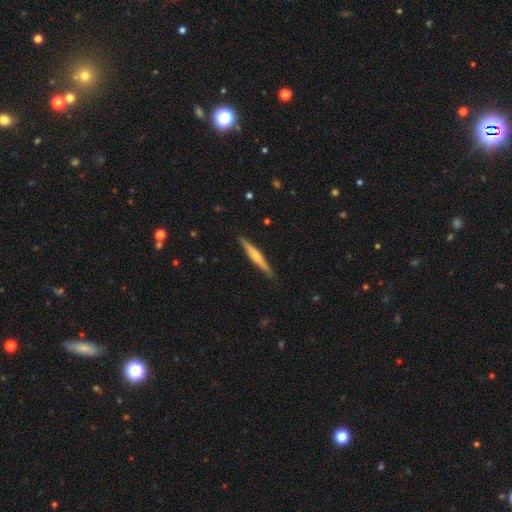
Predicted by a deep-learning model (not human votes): smooth-or-featured: featured or disk: 60% | smooth: 34% | star or artifact: 5%
  disk-edge-on: yes: 97% | no: 3%
    edge-on-bulge: rounded: 80% | none: 14% | boxy: 6%
  merging: none: 90% | minor disturbance: 8% | major disturbance: 1% | merger: 1%